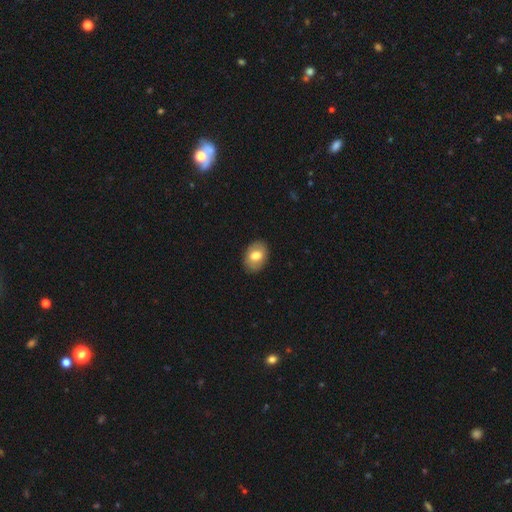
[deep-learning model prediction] Smooth or featured: smooth — 73% (featured or disk — 20%)
How rounded: in between — 78% (round — 21%)
Merging: none — 87% (minor disturbance — 10%)